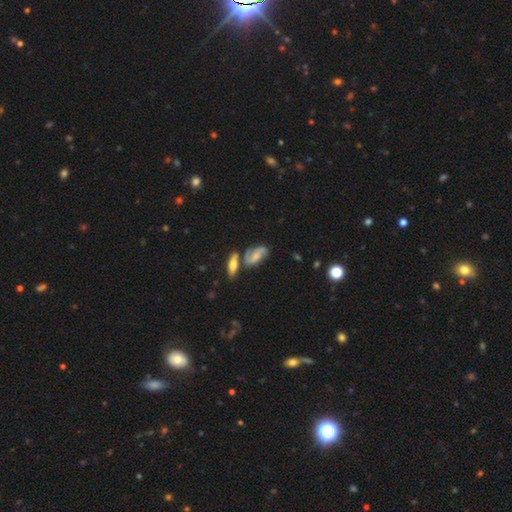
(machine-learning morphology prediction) featured or disk 61%, smooth 30%, star or artifact 8%. Down the decision tree: edge-on disk — no (91%); bar — no (50%); spiral arms — yes (90%); spiral arm count — 2 (82%); spiral winding — medium (47%); bulge size — small (40%); merging — none (50%).